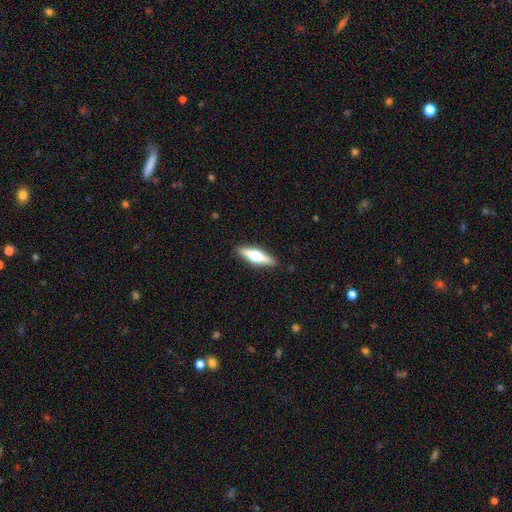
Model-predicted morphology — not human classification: A featured or disk galaxy (56%) viewed edge-on (95%) with a rounded central bulge (95%). Merging: none (90%).